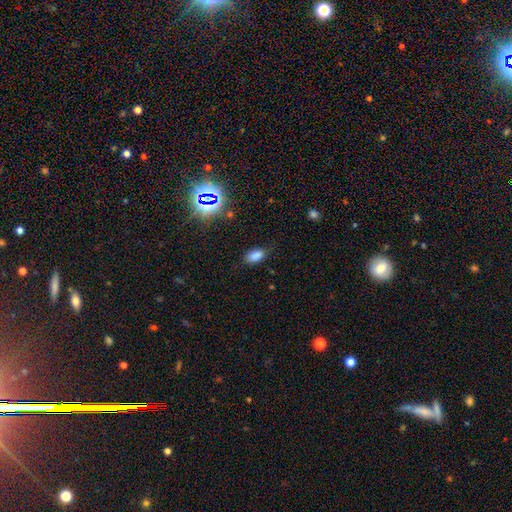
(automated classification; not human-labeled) This is likely a smooth galaxy (79%). How rounded: clearly in between (90%). Merging: likely none (79%).